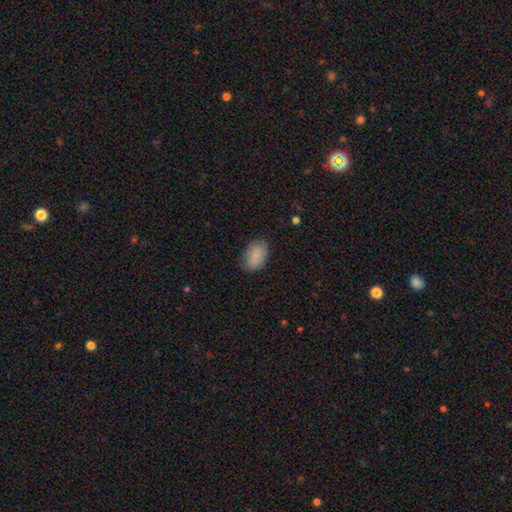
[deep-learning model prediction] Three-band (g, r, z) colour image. It shows a smooth galaxy with no disk features (88%) that is in between round and cigar-shaped (87%). Merging: none (78%).